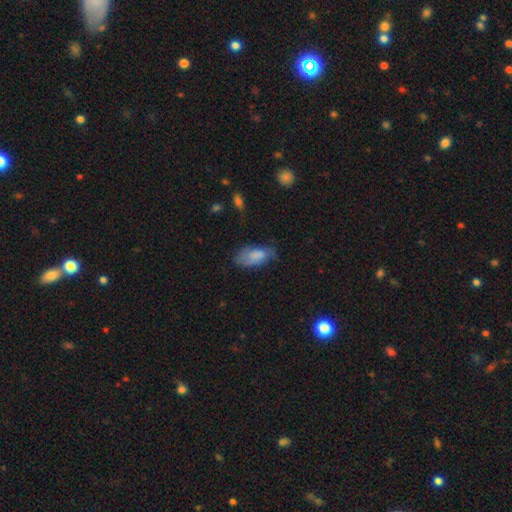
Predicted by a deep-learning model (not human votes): smooth 72%, featured or disk 21%, star or artifact 7%. Down the decision tree: how rounded — in between (91%); merging — none (49%).